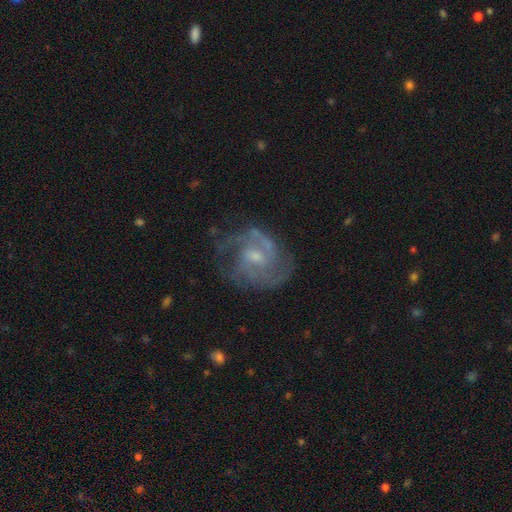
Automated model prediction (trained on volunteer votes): Smooth or featured? featured or disk (86%)
Edge-on disk? no (98%)
Bar? weak (53%)
Spiral arms? yes (96%)
Spiral winding? medium (52%)
Spiral arm count? 2 (51%)
Bulge size? small (53%)
Merging? none (69%)